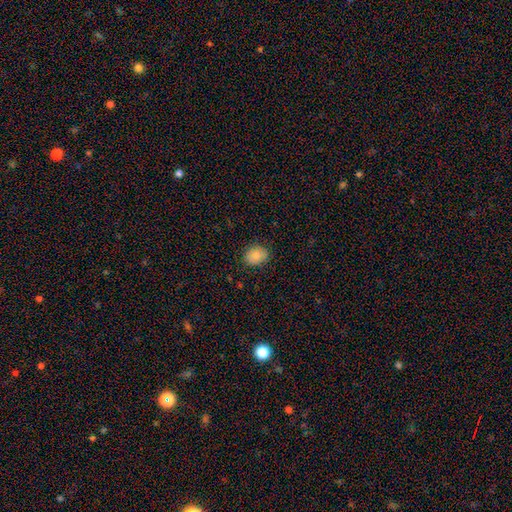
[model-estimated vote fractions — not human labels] The model was most divided on "how rounded": in between: 50%, round: 49%, cigar-shaped: 1%. More confident: merging — none (85%); smooth or featured — smooth (84%).